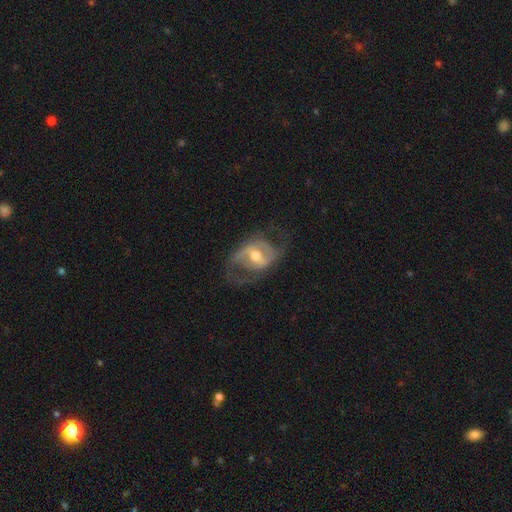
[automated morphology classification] This appears to be a featured or disk galaxy (76%) with a weak bar (41%), 2 (78%) medium (44%) spiral arms (73%) and a moderate central bulge (75%). Merging: none (53%).